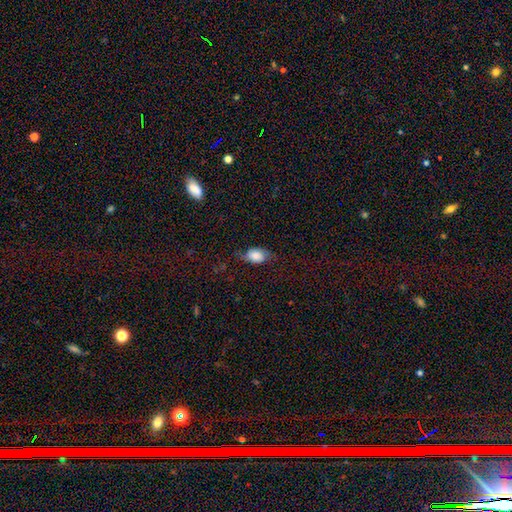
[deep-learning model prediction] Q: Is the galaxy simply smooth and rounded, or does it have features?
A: smooth — 67%.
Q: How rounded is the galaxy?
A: in between — 83%.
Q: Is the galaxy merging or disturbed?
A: none — 61%.